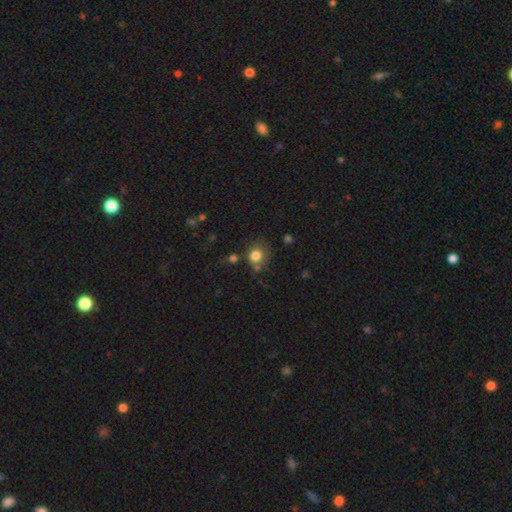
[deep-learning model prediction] Morphology: type=smooth (81%); roundness=round (79%); merging=none (62%).